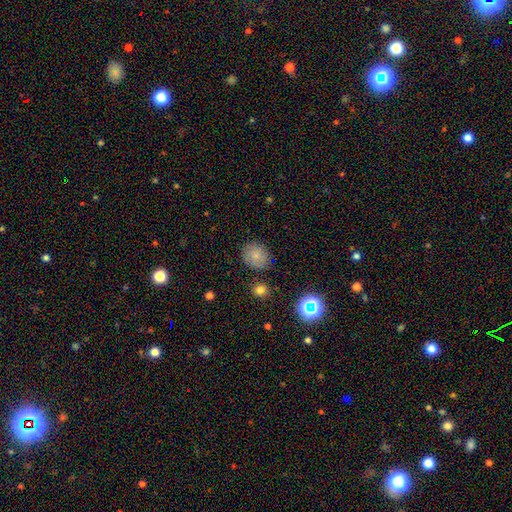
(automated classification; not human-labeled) smooth 78%, star or artifact 12%, featured or disk 10%. Down the decision tree: how rounded — round (69%); merging — none (82%).